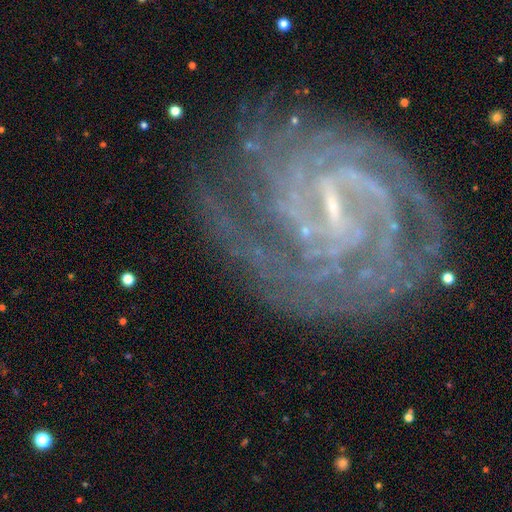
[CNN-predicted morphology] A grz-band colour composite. It shows a featured or disk galaxy (89%) with a weak bar (43%, tied with strong), tight (68%) spiral arms (97%) and a small central bulge (66%). Merging: none (72%).